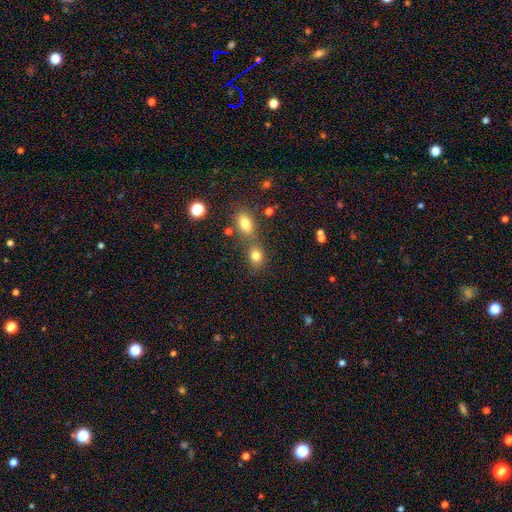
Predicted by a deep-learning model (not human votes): This appears to be a smooth galaxy with no disk features (80%) that is in between round and cigar-shaped (50%). Merging: none (55%).